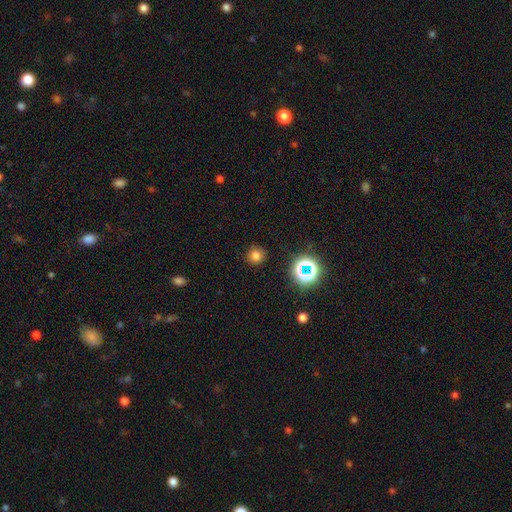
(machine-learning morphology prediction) Smooth or featured: smooth — 73% (star or artifact — 21%)
How rounded: round — 93% (in between — 6%)
Merging: none — 90% (minor disturbance — 6%)